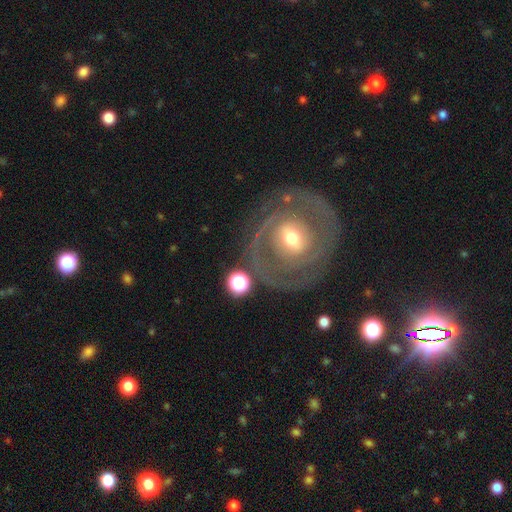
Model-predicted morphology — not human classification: Smooth or featured?
  - featured or disk: 82% *
  - smooth: 11%
  - star or artifact: 7%
Edge-on disk?
  - no: 97% *
  - yes: 3%
Bar?
  - no: 51% *
  - weak: 34%
  - strong: 15%
Spiral arms?
  - yes: 82% *
  - no: 18%
Spiral winding?
  - tight: 66% *
  - medium: 26%
  - loose: 8%
Spiral arm count?
  - 2: 58% *
  - can't tell: 20%
  - 3: 8%
  - 1: 7%
  - 4: 4%
  - more than 4: 3%
Bulge size?
  - moderate: 61% *
  - small: 30%
  - large: 7%
  - dominant: 1%
  - none: 1%
Merging?
  - none: 78% *
  - minor disturbance: 12%
  - major disturbance: 7%
  - merger: 3%